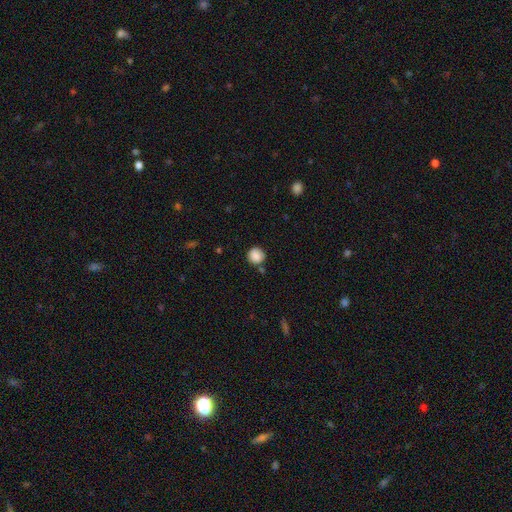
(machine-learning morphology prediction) Smooth or featured? smooth (86%)
How rounded? round (89%)
Merging? none (73%)